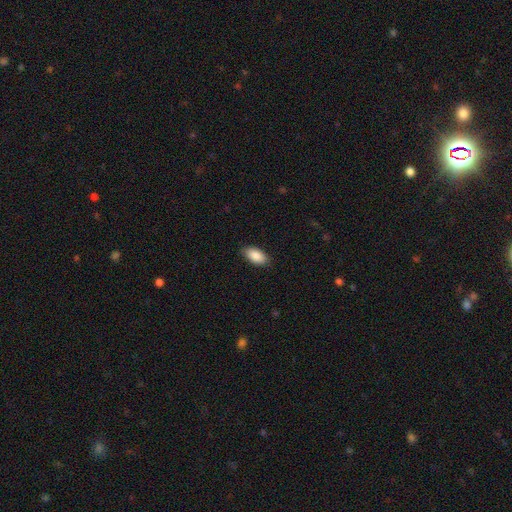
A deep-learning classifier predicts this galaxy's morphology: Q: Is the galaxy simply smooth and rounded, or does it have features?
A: smooth — 89%.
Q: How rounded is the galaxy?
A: in between — 93%.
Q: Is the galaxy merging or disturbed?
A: none — 86%.